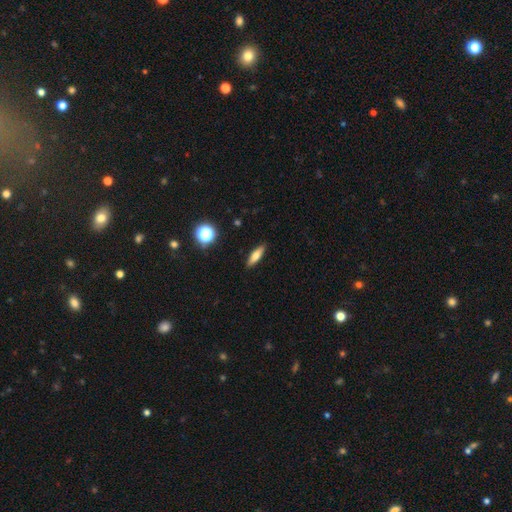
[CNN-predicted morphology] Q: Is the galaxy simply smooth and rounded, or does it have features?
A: smooth — 66%.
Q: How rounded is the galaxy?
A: cigar-shaped — 55%.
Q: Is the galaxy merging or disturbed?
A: none — 89%.